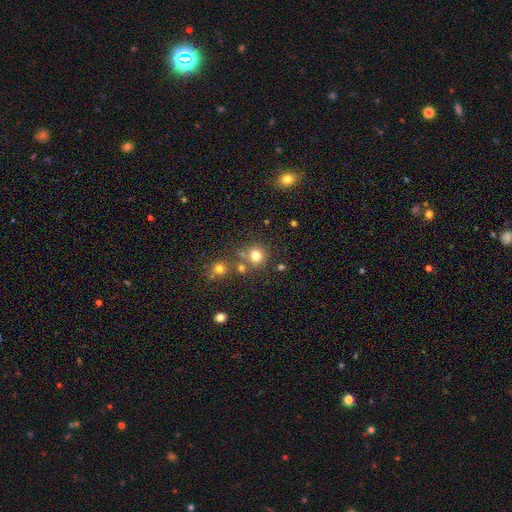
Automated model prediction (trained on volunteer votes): smooth 77%, star or artifact 16%, featured or disk 8%. Down the decision tree: how rounded — round (92%); merging — none (73%).